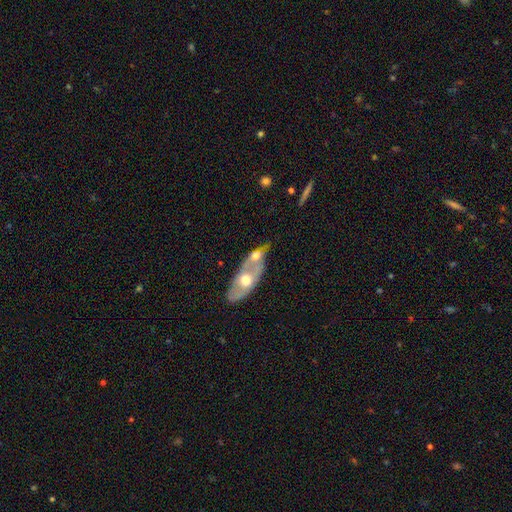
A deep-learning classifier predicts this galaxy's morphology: A featured or disk galaxy (55%). Merging: merger (44%).